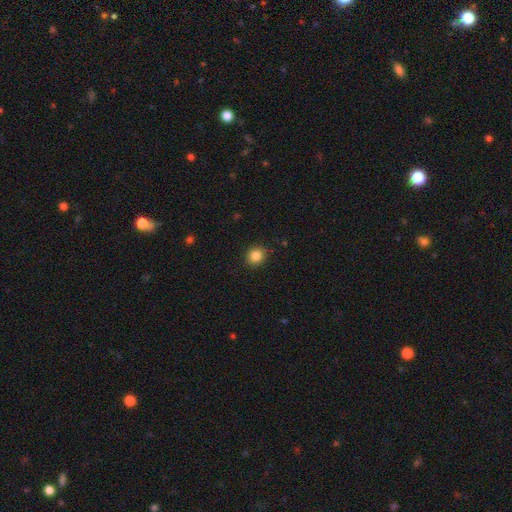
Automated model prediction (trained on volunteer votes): smooth_or_featured: smooth (p=0.85) [alt: star or artifact p=0.11]
how_rounded: round (p=0.86) [alt: in between p=0.13]
merging: none (p=0.89) [alt: minor disturbance p=0.08]